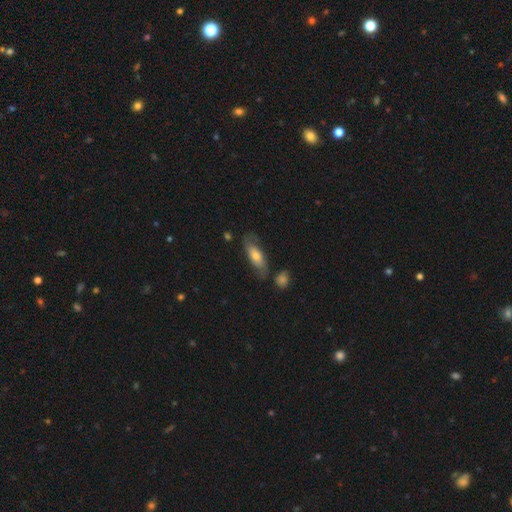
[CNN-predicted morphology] A smooth galaxy with no disk features (56%) that is in between round and cigar-shaped (67%). Merging: none (65%).